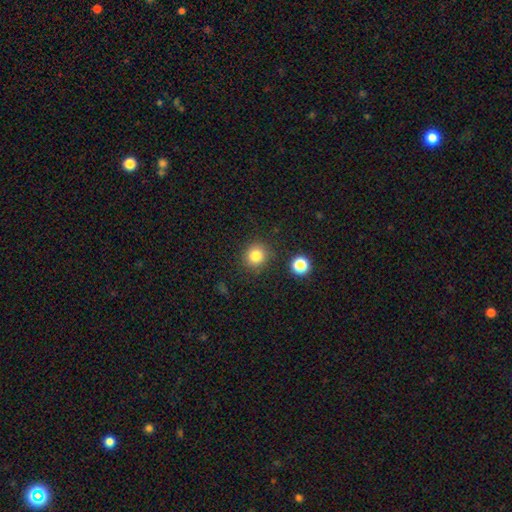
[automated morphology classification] The model was most divided on "smooth or featured": smooth: 82%, star or artifact: 12%, featured or disk: 6%. More confident: how rounded — round (91%); merging — none (86%).